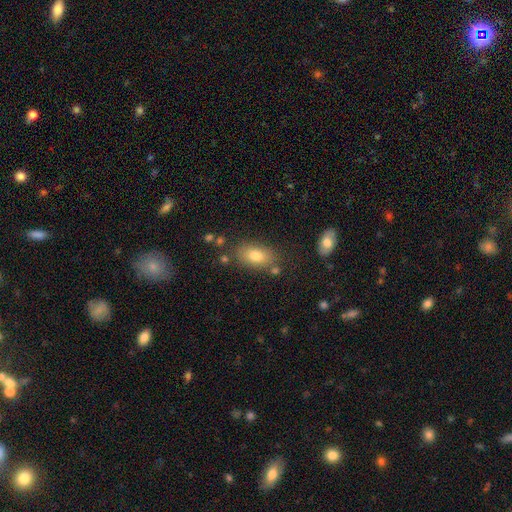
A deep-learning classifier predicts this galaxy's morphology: The model was most divided on "merging": none: 77%, minor disturbance: 13%, merger: 6%, major disturbance: 4%. More confident: how rounded — in between (88%); smooth or featured — smooth (78%).